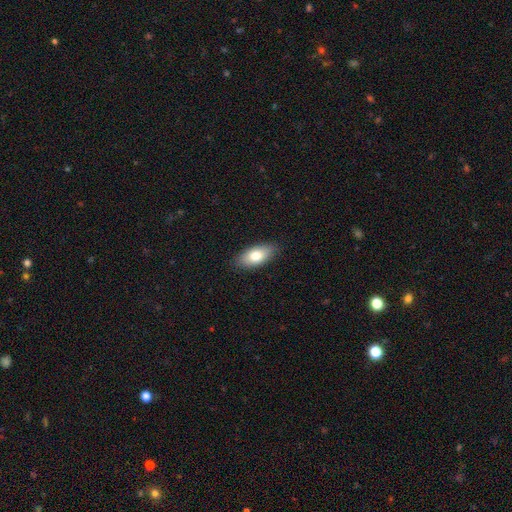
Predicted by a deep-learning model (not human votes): A smooth galaxy with no disk features (78%) that is in between round and cigar-shaped (89%). Merging: none (87%).